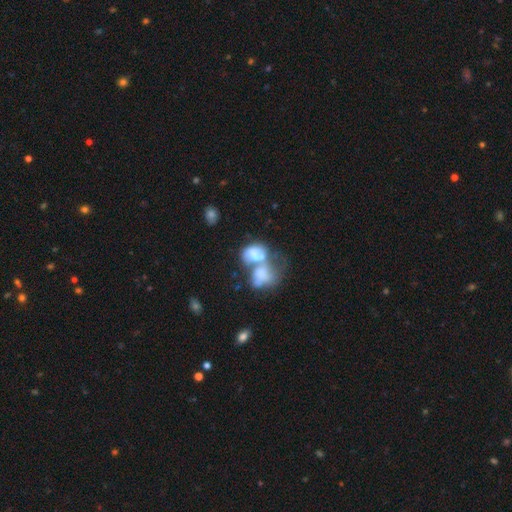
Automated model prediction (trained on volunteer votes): Q: Smooth or featured?
A: smooth (49%); runner-up: featured or disk (40%)
Q: Merging?
A: merger (74%); runner-up: major disturbance (11%)